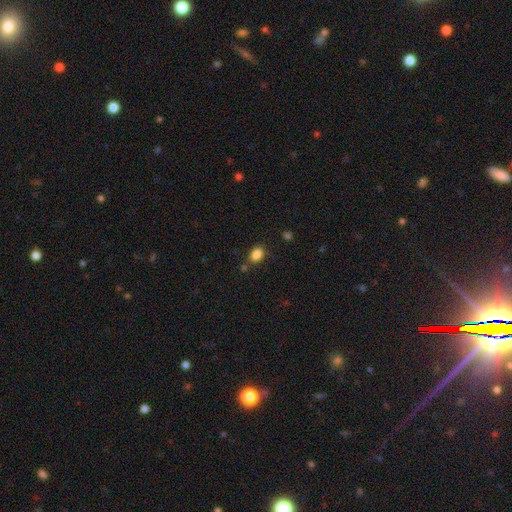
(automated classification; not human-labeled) This is clearly a smooth galaxy (85%). How rounded: likely in between (80%). Merging: likely none (78%).